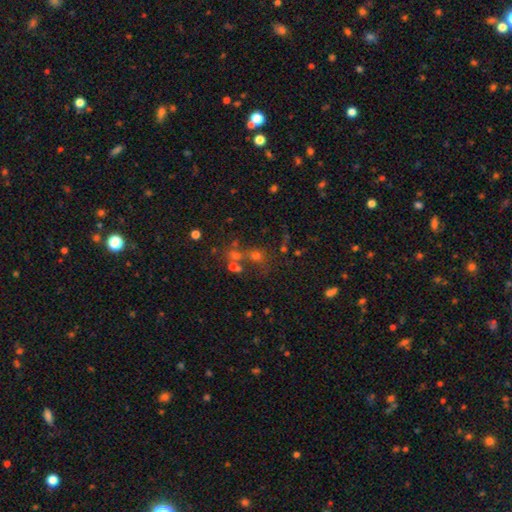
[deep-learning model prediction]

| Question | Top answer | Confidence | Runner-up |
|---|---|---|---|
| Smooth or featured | smooth | 42% | star or artifact (41%) |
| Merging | none | 52% | merger (32%) |